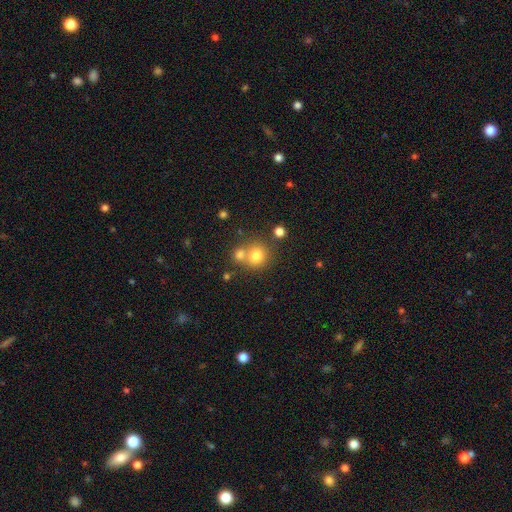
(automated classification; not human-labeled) smooth_or_featured: smooth (p=0.77) [alt: star or artifact p=0.13]
how_rounded: round (p=0.88) [alt: in between p=0.11]
merging: none (p=0.57) [alt: merger p=0.32]